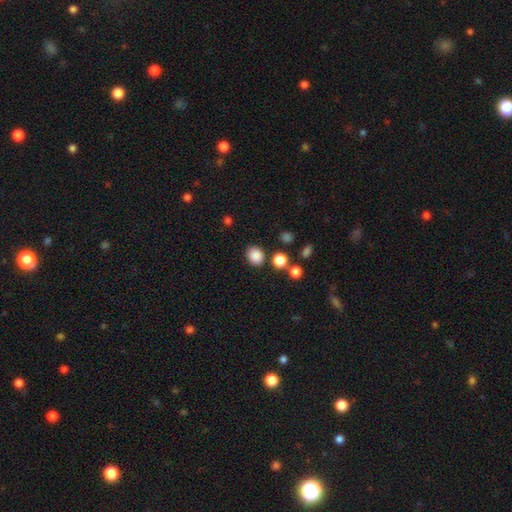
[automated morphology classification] type=smooth (86%); roundness=round (65%); merging=none (82%).